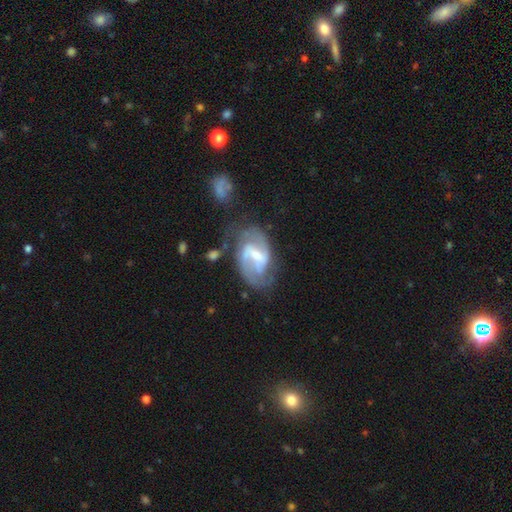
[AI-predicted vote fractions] A featured or disk galaxy (86%) with a weak bar (49%), 2 (86%) medium (53%) spiral arms (95%) and a small central bulge (47%).

Vote fractions:
- Smooth or featured? featured or disk: 86% / smooth: 9% / star or artifact: 5%
- Edge-on disk? no: 97% / yes: 3%
- Bar? weak: 49% / strong: 39% / no: 12%
- Spiral arms? yes: 95% / no: 5%
- Spiral winding? medium: 53% / loose: 26% / tight: 21%
- Spiral arm count? 2: 86% / can't tell: 6% / 1: 3% / 3: 3% / 4: 1% / more than 4: 1%
- Bulge size? small: 47% / moderate: 41% / none: 6% / large: 4% / dominant: 1%
- Merging? none: 60% / minor disturbance: 21% / major disturbance: 13% / merger: 6%